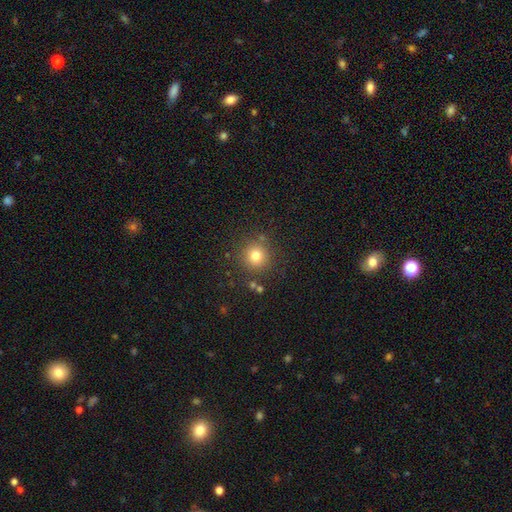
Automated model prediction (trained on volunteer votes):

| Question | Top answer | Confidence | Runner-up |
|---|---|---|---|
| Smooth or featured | smooth | 78% | star or artifact (15%) |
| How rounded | round | 94% | in between (5%) |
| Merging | none | 85% | minor disturbance (8%) |